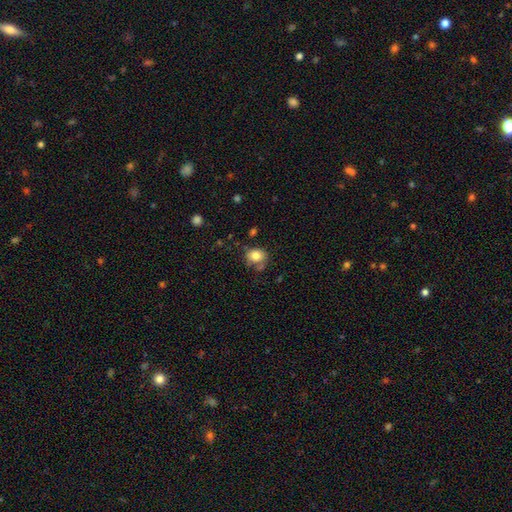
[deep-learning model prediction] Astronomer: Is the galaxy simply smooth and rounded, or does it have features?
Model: smooth — 80%.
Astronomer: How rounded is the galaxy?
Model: round — 59% (runner-up: in between, 40%).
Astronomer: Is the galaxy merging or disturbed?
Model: none — 62%.